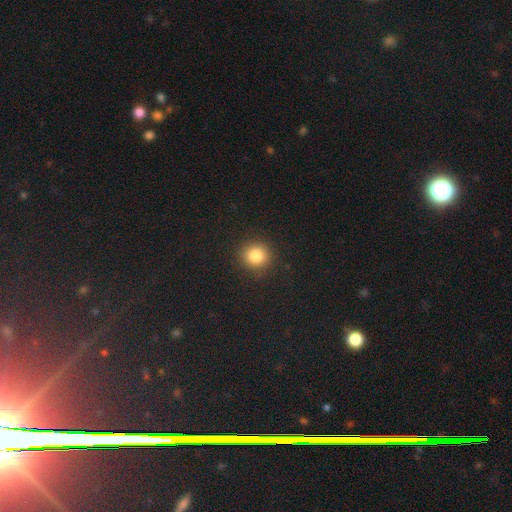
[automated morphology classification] smooth_or_featured: smooth (p=0.83) [alt: star or artifact p=0.12]
how_rounded: round (p=0.92) [alt: in between p=0.08]
merging: none (p=0.91) [alt: minor disturbance p=0.06]